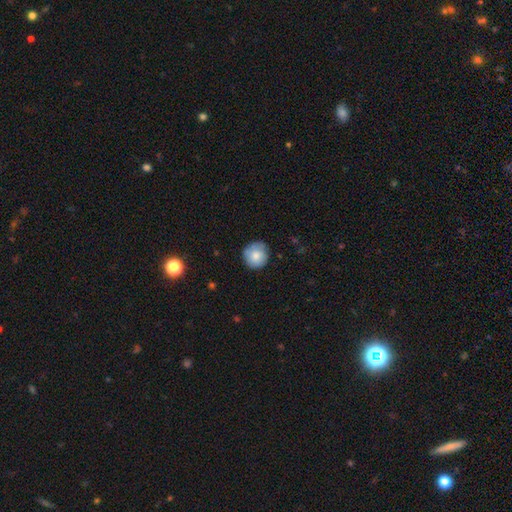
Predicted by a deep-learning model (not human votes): Smooth or featured? Predicted: smooth (p=0.77). How rounded? Predicted: round (p=0.93). Merging? Predicted: none (p=0.79).